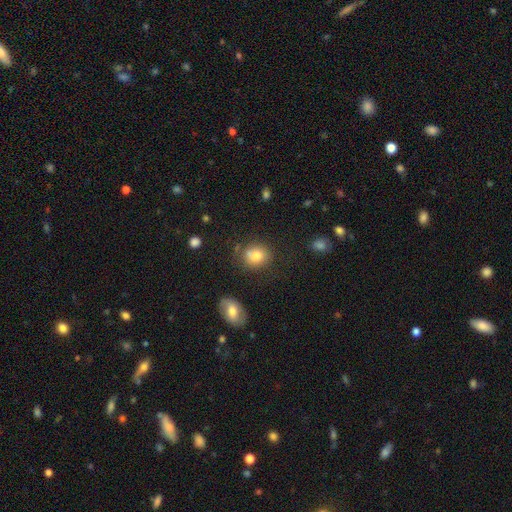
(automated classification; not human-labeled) This appears to be a smooth galaxy with no disk features (80%) that is round (65%). Merging: none (65%).